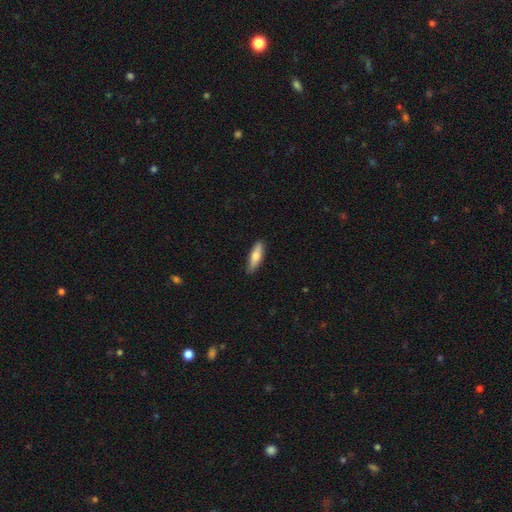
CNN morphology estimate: This appears to be a smooth galaxy with no disk features (66%) that is cigar-shaped (61%). Merging: none (85%).